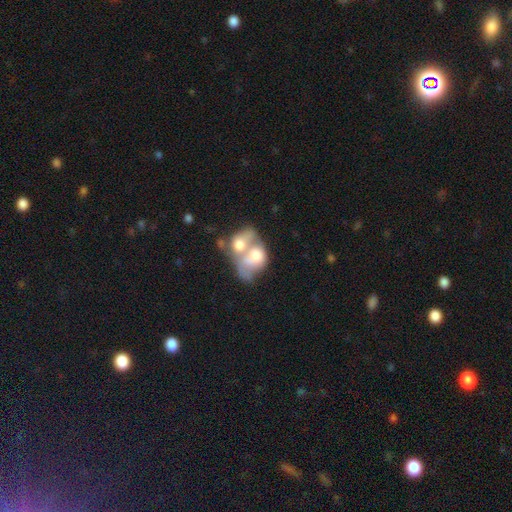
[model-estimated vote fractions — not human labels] Smooth or featured?
  - smooth: 51% *
  - featured or disk: 41%
  - star or artifact: 9%
How rounded?
  - in between: 70% *
  - round: 28%
  - cigar-shaped: 1%
Merging?
  - merger: 80% *
  - major disturbance: 9%
  - none: 6%
  - minor disturbance: 4%